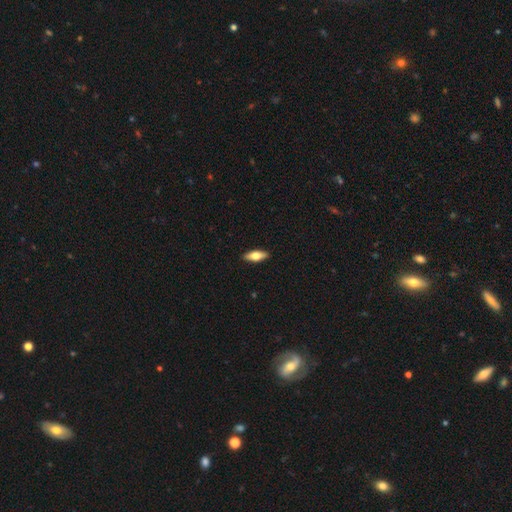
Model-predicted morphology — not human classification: The model was most divided on "smooth or featured": smooth: 62%, featured or disk: 32%, star or artifact: 6%. More confident: merging — none (91%); how rounded — in between (66%).